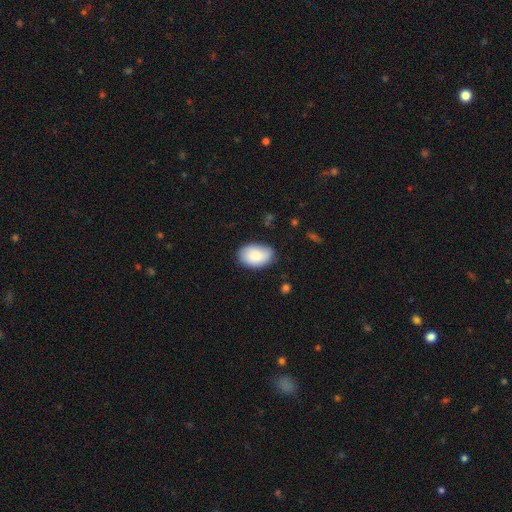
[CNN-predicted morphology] This is clearly a smooth galaxy (84%). How rounded: clearly in between (89%). Merging: likely none (78%).